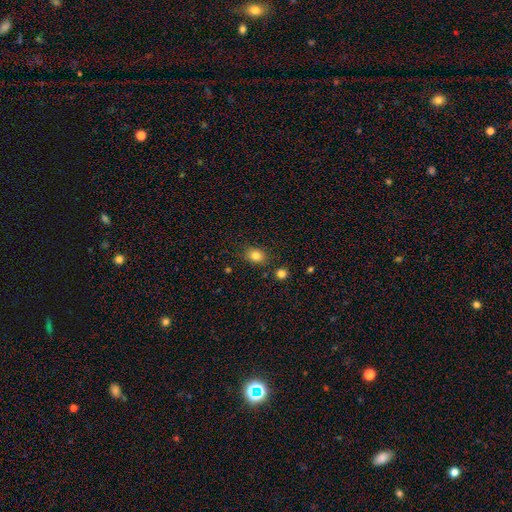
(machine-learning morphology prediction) Smooth or featured? smooth (82%)
How rounded? in between (55%)
Merging? none (80%)